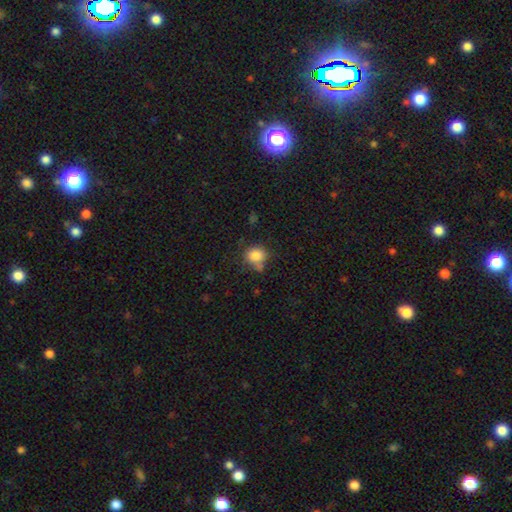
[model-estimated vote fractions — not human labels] Overall: smooth (83%). How rounded: round (75%). Merging: none (63%).